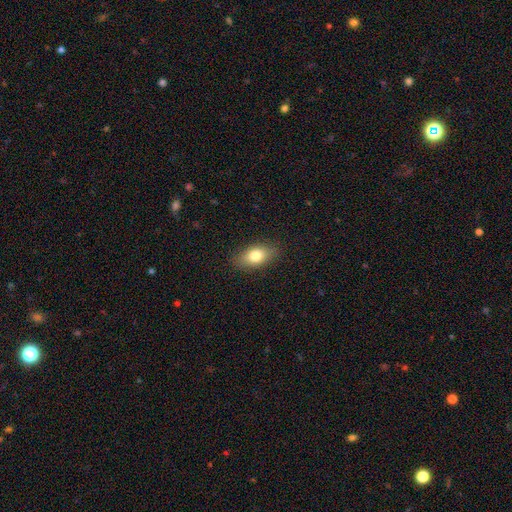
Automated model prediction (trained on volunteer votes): Morphology: type=smooth (78%); roundness=in between (87%); merging=none (86%).